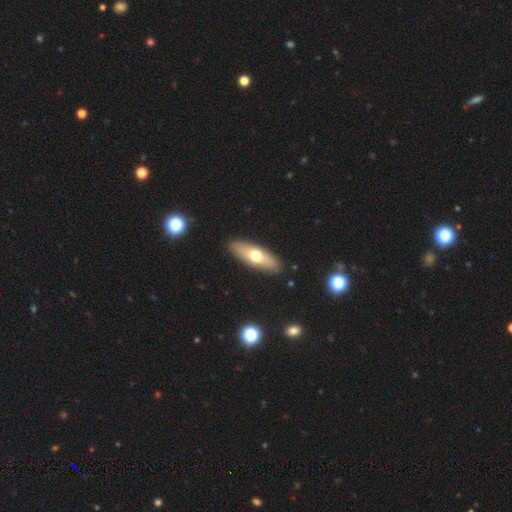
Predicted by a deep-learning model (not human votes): This appears to be a smooth galaxy with no disk features (59%) that is in between round and cigar-shaped (60%). Merging: none (89%).